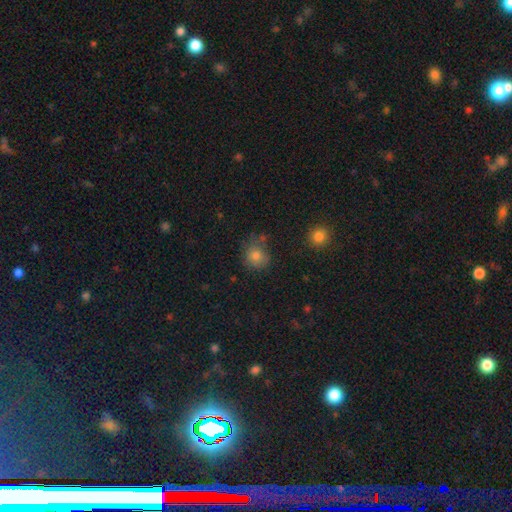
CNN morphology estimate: The model was most divided on "merging": none: 71%, minor disturbance: 18%, merger: 6%, major disturbance: 5%. More confident: how rounded — round (84%); smooth or featured — smooth (80%).